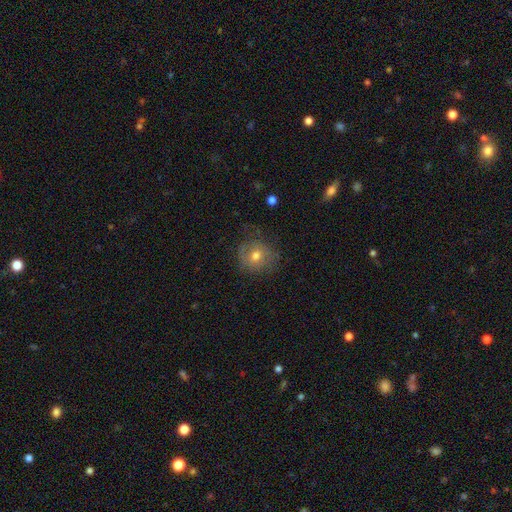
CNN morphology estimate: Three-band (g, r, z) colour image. It shows a smooth galaxy with no disk features (59%) that is round (81%). Merging: none (68%).